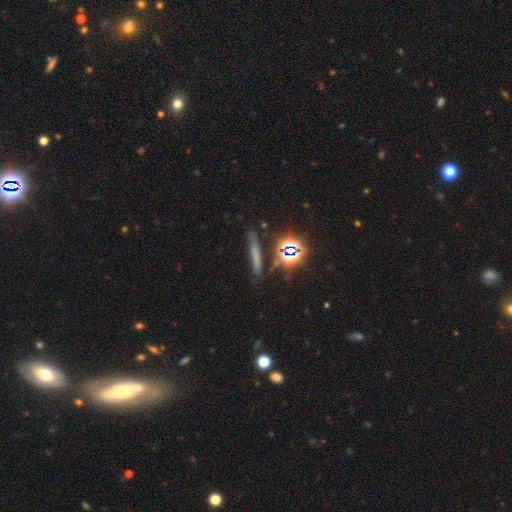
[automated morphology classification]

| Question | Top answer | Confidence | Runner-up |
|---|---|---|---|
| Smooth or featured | smooth | 49% | star or artifact (28%) |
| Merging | none | 77% | minor disturbance (14%) |